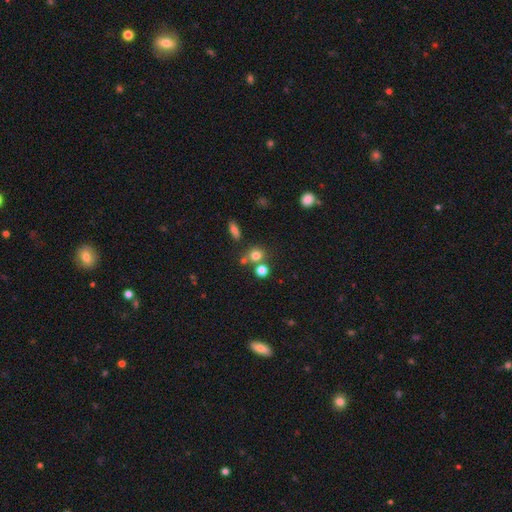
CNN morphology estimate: A smooth galaxy with no disk features (74%) that is round (82%).

Vote fractions:
- Smooth or featured? smooth: 74% / star or artifact: 17% / featured or disk: 9%
- How rounded? round: 82% / in between: 17% / cigar-shaped: 1%
- Merging? none: 60% / merger: 27% / minor disturbance: 9% / major disturbance: 4%